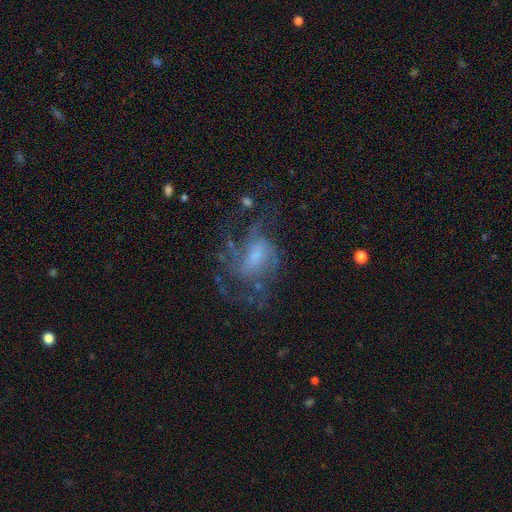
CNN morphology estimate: A featured or disk galaxy (75%) with no bar (47%), medium (46%) spiral arms (83%) and a small central bulge (47%). Merging: none (48%).